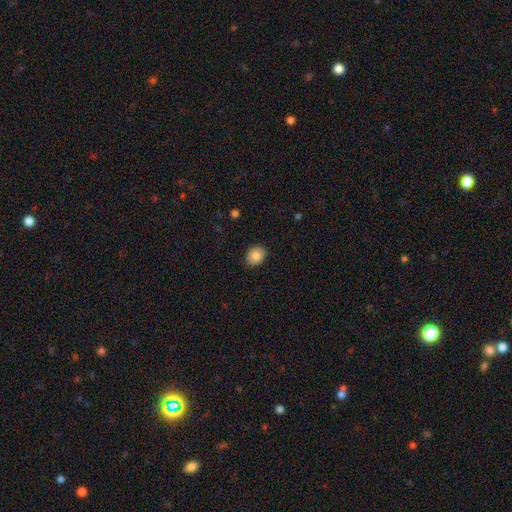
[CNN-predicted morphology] A smooth galaxy with no disk features (83%) that is round (54%). Merging: none (89%).